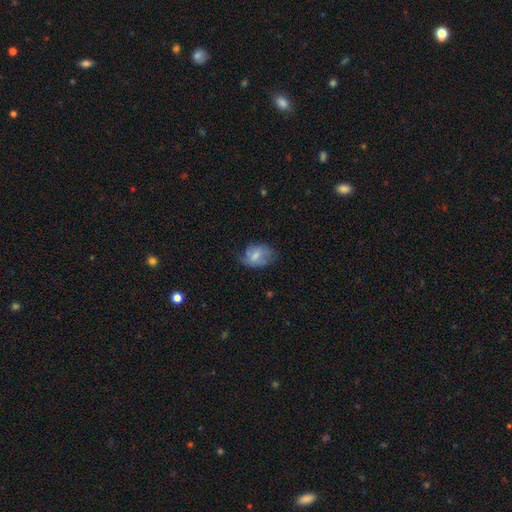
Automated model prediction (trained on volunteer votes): Q: Smooth or featured?
A: smooth (65%); runner-up: featured or disk (27%)
Q: How rounded?
A: in between (77%); runner-up: round (22%)
Q: Merging?
A: none (49%); runner-up: minor disturbance (34%)